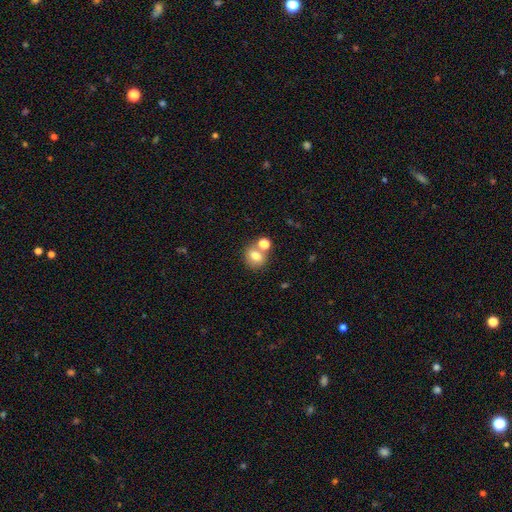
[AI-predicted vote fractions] A smooth galaxy with no disk features (75%) that is round (68%). Merging: none (56%).